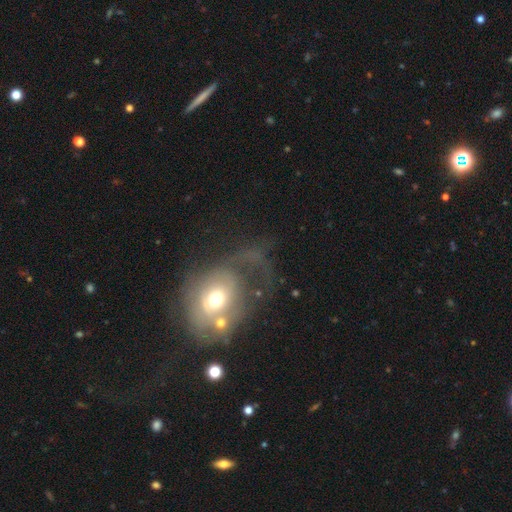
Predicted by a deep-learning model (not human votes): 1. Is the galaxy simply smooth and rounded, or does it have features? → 44% smooth, 42% featured or disk, 14% star or artifact.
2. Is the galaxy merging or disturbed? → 43% major disturbance, 23% none, 18% merger, 16% minor disturbance.